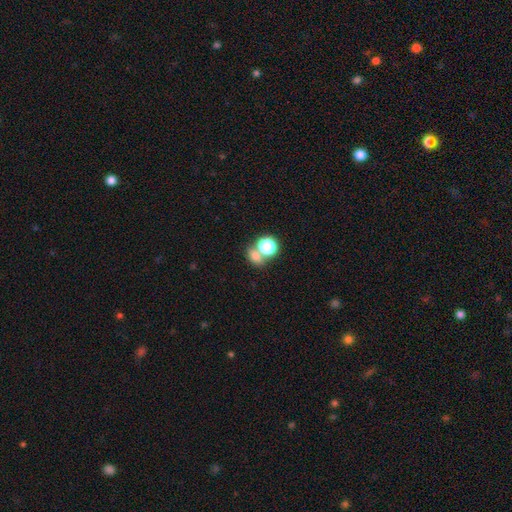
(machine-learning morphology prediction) This is likely a smooth galaxy (70%). How rounded: possibly round (55%). Merging: possibly none (46%).